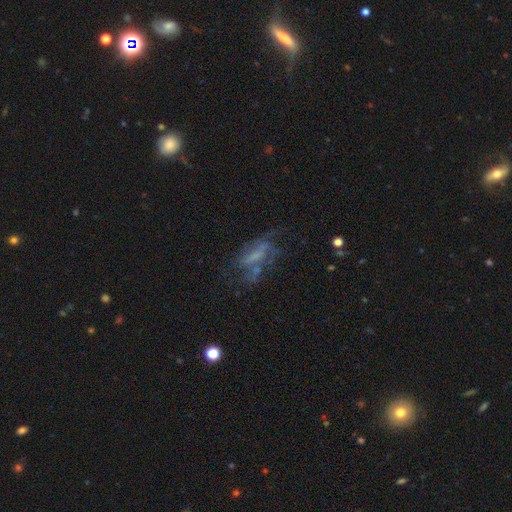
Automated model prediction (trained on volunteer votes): The model was most divided on "merging": none: 40%, major disturbance: 32%, minor disturbance: 21%, merger: 7%. More confident: edge-on disk — no (87%); smooth or featured — featured or disk (56%).